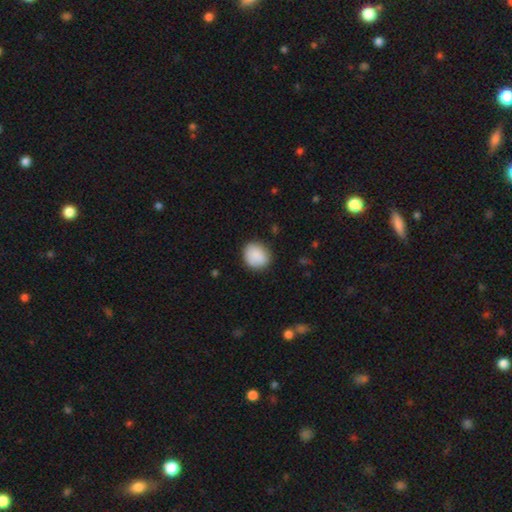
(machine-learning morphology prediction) Smooth or featured?
  - smooth: 87% *
  - star or artifact: 7%
  - featured or disk: 6%
How rounded?
  - round: 72% *
  - in between: 27%
  - cigar-shaped: 1%
Merging?
  - none: 82% *
  - minor disturbance: 13%
  - major disturbance: 3%
  - merger: 1%